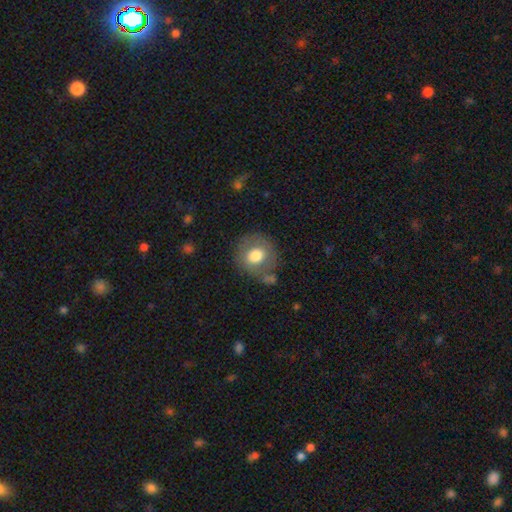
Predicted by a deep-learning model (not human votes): This appears to be a smooth galaxy with no disk features (70%) that is round (85%). Merging: none (73%).